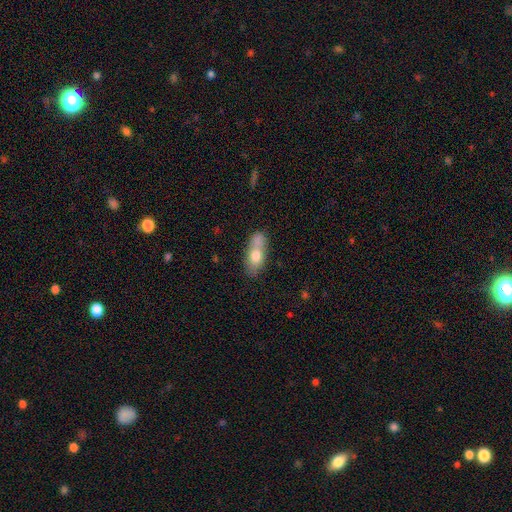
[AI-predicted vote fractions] Smooth or featured?
  - smooth: 69% *
  - featured or disk: 23%
  - star or artifact: 8%
How rounded?
  - in between: 78% *
  - cigar-shaped: 16%
  - round: 6%
Merging?
  - none: 50% *
  - merger: 24%
  - minor disturbance: 20%
  - major disturbance: 6%